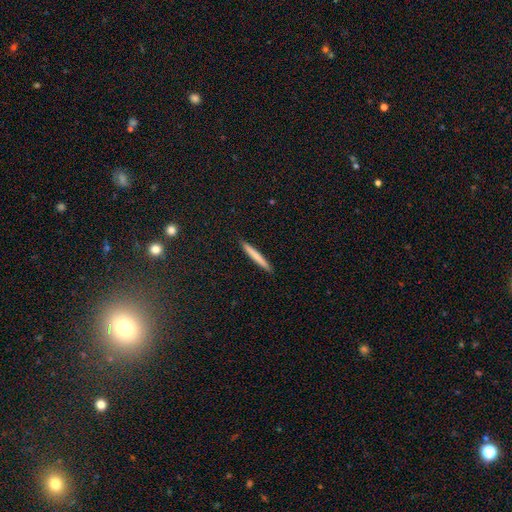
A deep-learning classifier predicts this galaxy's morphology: Q: Smooth or featured?
A: smooth (70%); runner-up: featured or disk (24%)
Q: How rounded?
A: cigar-shaped (96%); runner-up: in between (2%)
Q: Merging?
A: none (92%); runner-up: minor disturbance (5%)